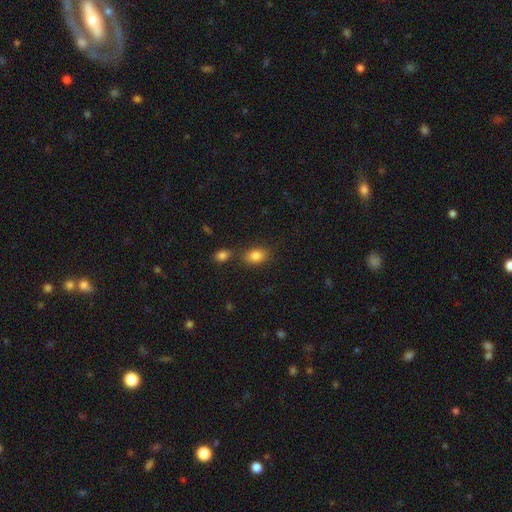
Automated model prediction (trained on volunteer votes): Smooth or featured?
  - smooth: 84% *
  - star or artifact: 10%
  - featured or disk: 7%
How rounded?
  - in between: 77% *
  - round: 22%
  - cigar-shaped: 2%
Merging?
  - none: 70% *
  - merger: 13%
  - minor disturbance: 13%
  - major disturbance: 4%